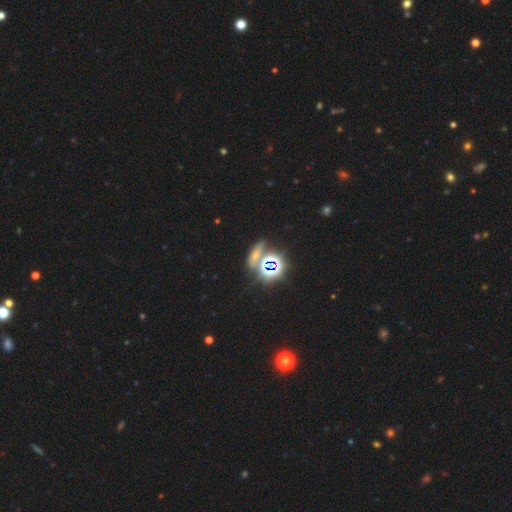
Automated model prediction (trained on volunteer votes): smooth-or-featured: star or artifact: 54% | smooth: 30% | featured or disk: 16%